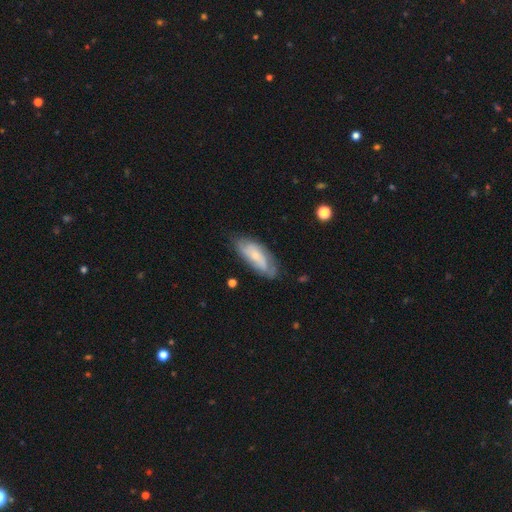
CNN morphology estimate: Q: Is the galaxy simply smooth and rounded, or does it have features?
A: featured or disk — 55%.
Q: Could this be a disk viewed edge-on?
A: no — 86%.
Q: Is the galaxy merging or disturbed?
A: none — 69%.